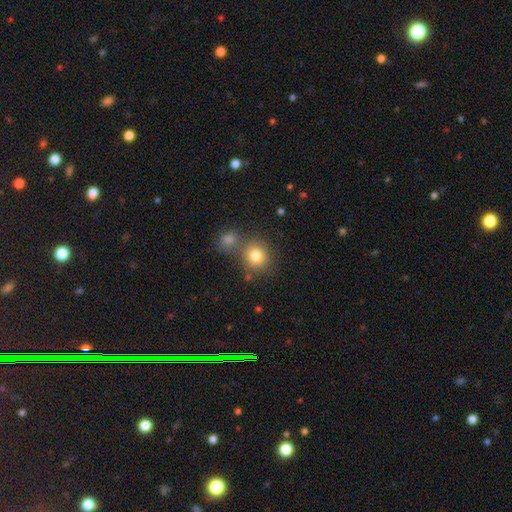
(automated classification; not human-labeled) This appears to be a smooth galaxy with no disk features (79%) that is round (87%). Merging: none (62%).